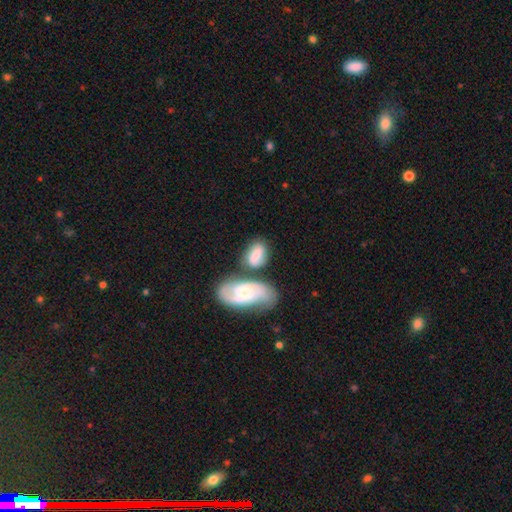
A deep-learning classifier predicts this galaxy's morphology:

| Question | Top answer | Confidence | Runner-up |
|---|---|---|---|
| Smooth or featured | smooth | 60% | featured or disk (33%) |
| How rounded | in between | 83% | round (13%) |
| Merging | none | 43% | merger (32%) |